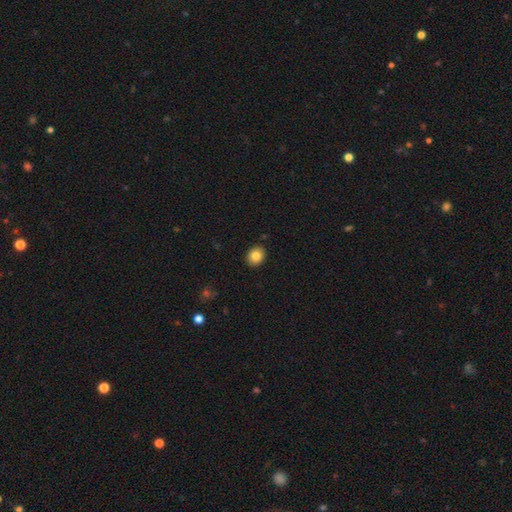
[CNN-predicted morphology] type=smooth (84%); roundness=round (59%); merging=none (90%).